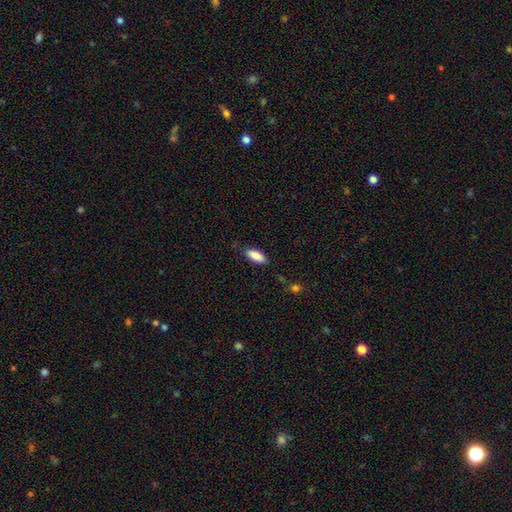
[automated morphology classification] Smooth or featured? Predicted: smooth (p=0.88). How rounded? Predicted: in between (p=0.76). Merging? Predicted: none (p=0.81).